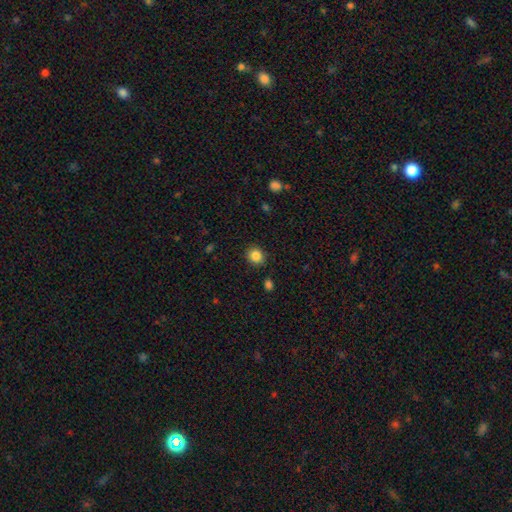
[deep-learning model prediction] Q: Smooth or featured?
A: smooth (85%); runner-up: star or artifact (10%)
Q: How rounded?
A: round (79%); runner-up: in between (20%)
Q: Merging?
A: none (89%); runner-up: minor disturbance (8%)